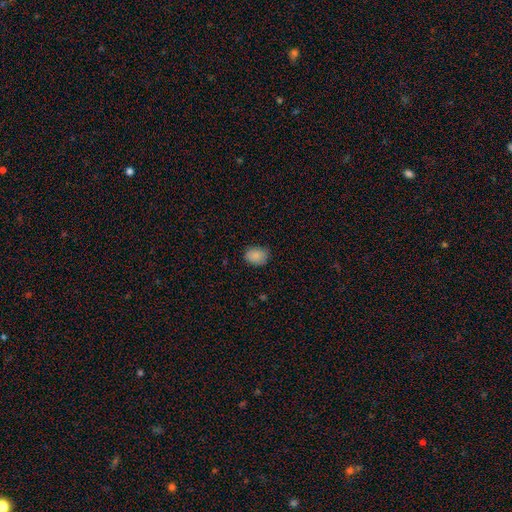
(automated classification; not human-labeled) Q: Smooth or featured?
A: smooth (87%); runner-up: star or artifact (8%)
Q: How rounded?
A: in between (62%); runner-up: round (37%)
Q: Merging?
A: none (79%); runner-up: minor disturbance (17%)